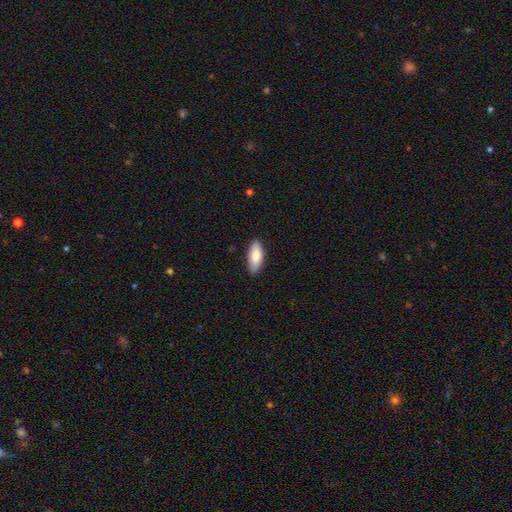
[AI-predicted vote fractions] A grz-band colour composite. It shows a smooth galaxy with no disk features (82%) that is in between round and cigar-shaped (82%). Merging: none (87%).